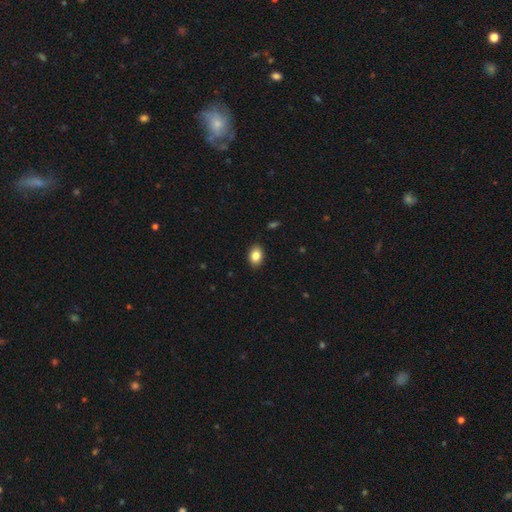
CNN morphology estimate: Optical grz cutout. It shows a smooth galaxy with no disk features (85%) that is in between round and cigar-shaped (81%). Merging: none (89%).